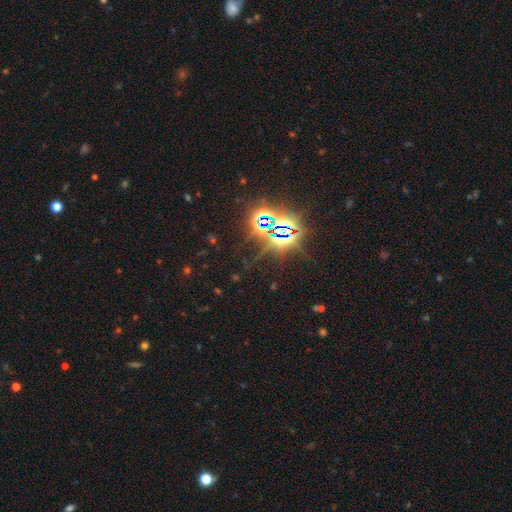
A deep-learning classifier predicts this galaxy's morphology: The model was most divided on "smooth or featured": star or artifact: 81%, smooth: 11%, featured or disk: 8%.